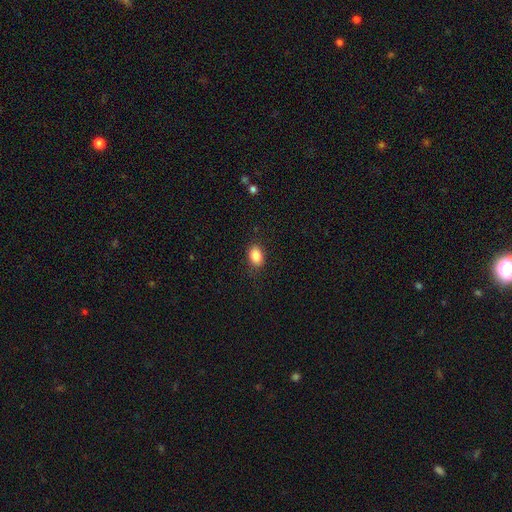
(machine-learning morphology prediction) smooth-or-featured: smooth: 86% | star or artifact: 8% | featured or disk: 5%
  how-rounded: in between: 84% | round: 15% | cigar-shaped: 1%
  merging: none: 84% | minor disturbance: 12% | major disturbance: 3% | merger: 1%